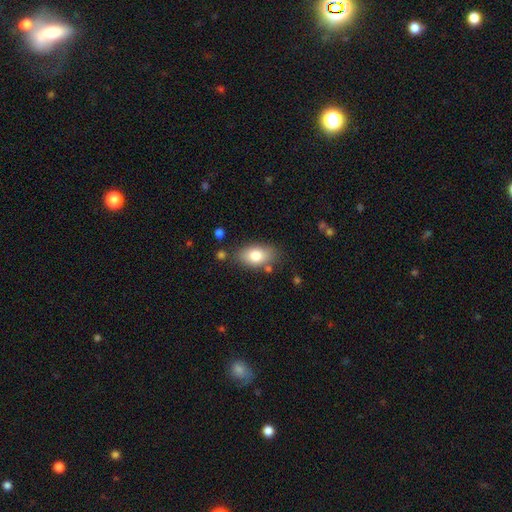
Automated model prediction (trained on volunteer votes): smooth 79%, featured or disk 14%, star or artifact 8%. Down the decision tree: how rounded — in between (89%); merging — none (77%).